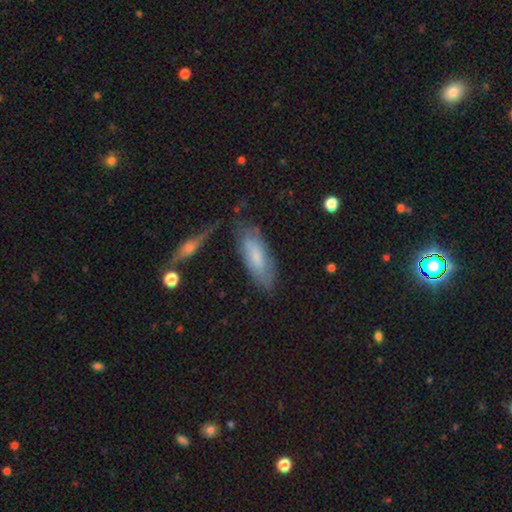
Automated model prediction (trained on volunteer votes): Smooth or featured? Predicted: smooth (p=0.57). How rounded? Predicted: in between (p=0.70). Merging? Predicted: none (p=0.64).